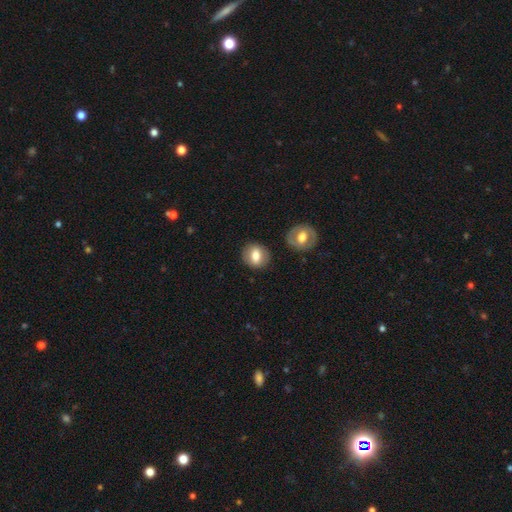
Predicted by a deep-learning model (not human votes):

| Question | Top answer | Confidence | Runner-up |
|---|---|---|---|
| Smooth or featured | smooth | 73% | featured or disk (19%) |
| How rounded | round | 64% | in between (34%) |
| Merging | none | 83% | minor disturbance (10%) |